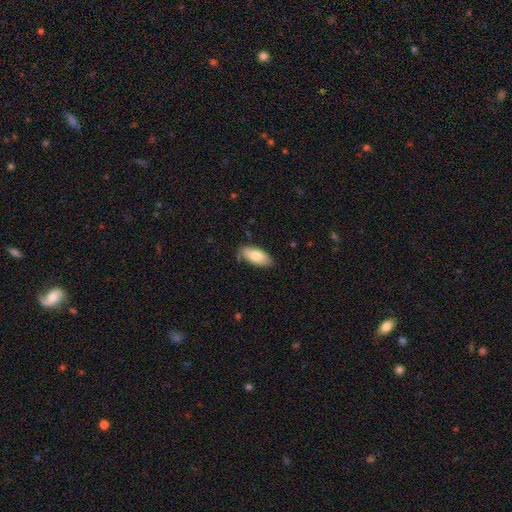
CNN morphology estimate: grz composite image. It shows a smooth galaxy with no disk features (78%) that is in between round and cigar-shaped (90%). Merging: none (71%).